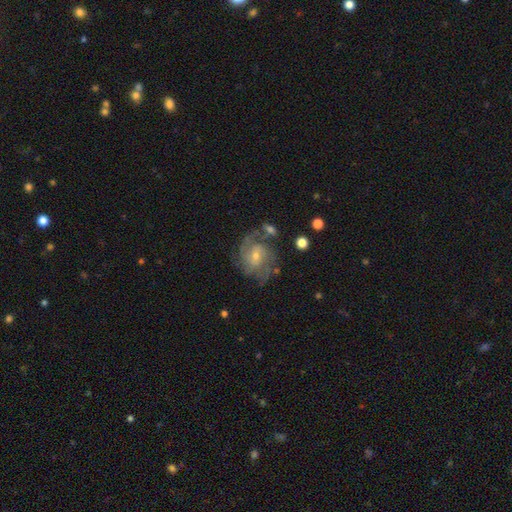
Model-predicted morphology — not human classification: Overall: featured or disk (81%). Edge-on disk: no (98%). Bar: no (53%; weak 39%). Spiral arms: yes (92%). Spiral arm count: 2 (33%; can't tell 28%). Spiral winding: medium (44%; tight 39%). Bulge size: small (59%; moderate 36%). Merging: none (57%; minor disturbance 20%).